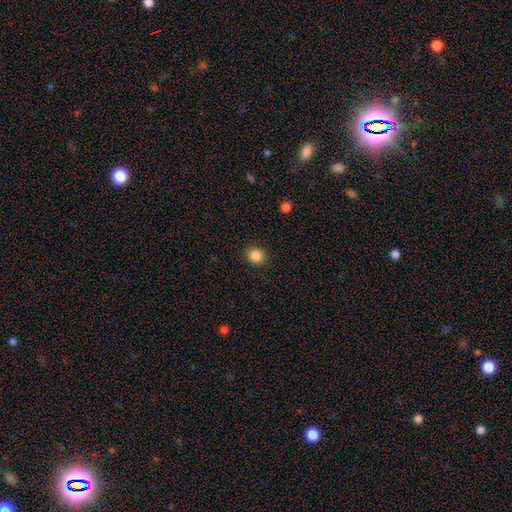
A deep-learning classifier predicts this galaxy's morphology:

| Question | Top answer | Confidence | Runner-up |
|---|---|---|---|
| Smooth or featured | smooth | 86% | star or artifact (10%) |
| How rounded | round | 71% | in between (28%) |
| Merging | none | 90% | minor disturbance (7%) |